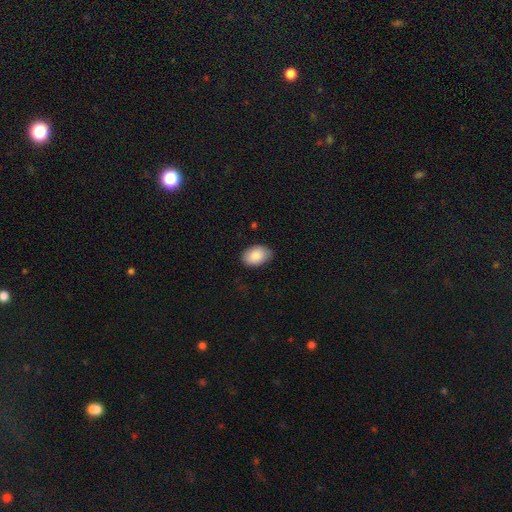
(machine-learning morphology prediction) A smooth galaxy with no disk features (89%) that is in between round and cigar-shaped (87%). Merging: none (82%).